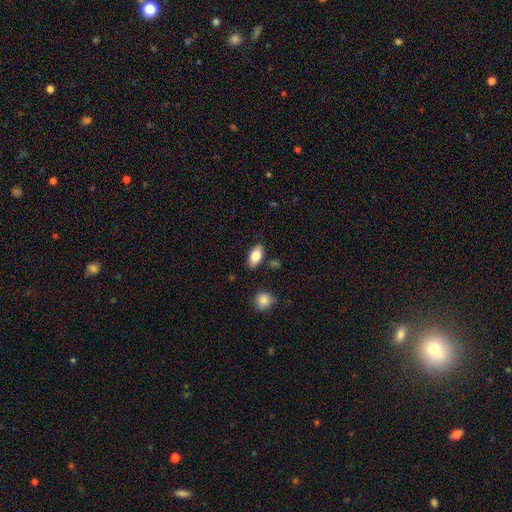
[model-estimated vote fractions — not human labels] Smooth or featured?
  - smooth: 83% *
  - featured or disk: 10%
  - star or artifact: 7%
How rounded?
  - in between: 91% *
  - cigar-shaped: 5%
  - round: 4%
Merging?
  - none: 84% *
  - minor disturbance: 11%
  - merger: 3%
  - major disturbance: 2%